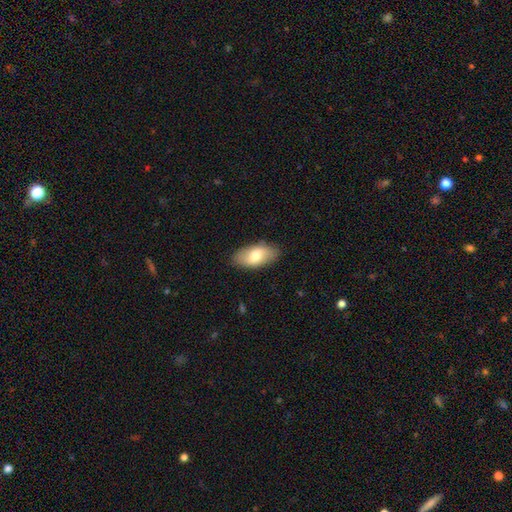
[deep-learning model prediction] Smooth or featured: smooth — 71% (featured or disk — 23%)
How rounded: in between — 93% (cigar-shaped — 4%)
Merging: none — 86% (minor disturbance — 11%)